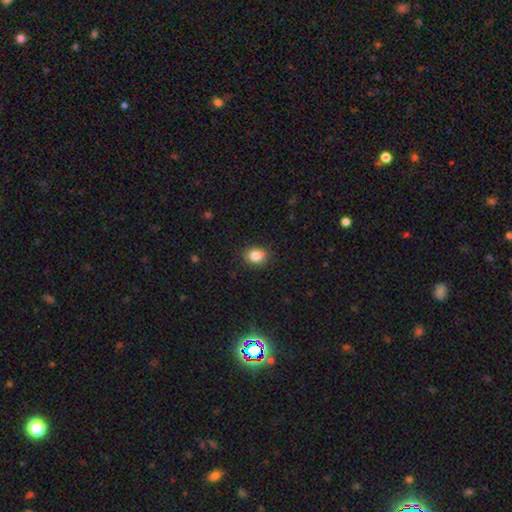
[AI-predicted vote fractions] Morphology: type=smooth (83%); roundness=in between (52%); merging=none (80%).